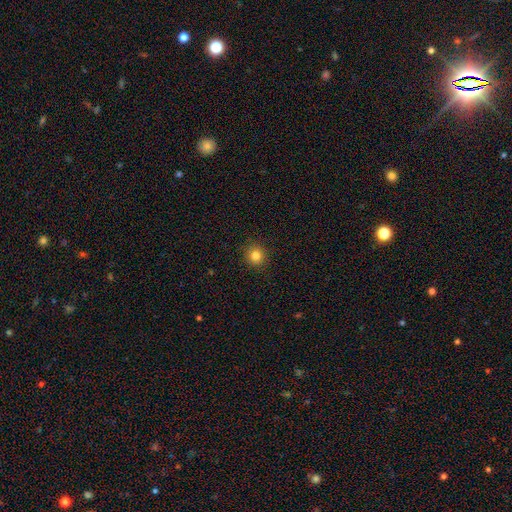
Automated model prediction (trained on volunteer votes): smooth_or_featured: smooth (p=0.82) [alt: star or artifact p=0.12]
how_rounded: round (p=0.92) [alt: in between p=0.07]
merging: none (p=0.91) [alt: minor disturbance p=0.06]